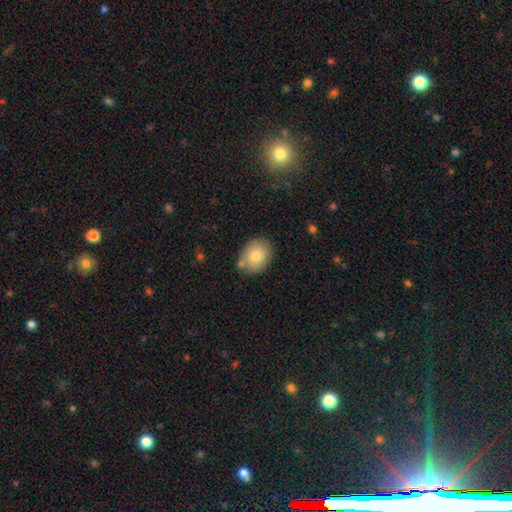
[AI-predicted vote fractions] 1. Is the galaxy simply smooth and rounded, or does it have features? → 78% smooth, 13% featured or disk, 8% star or artifact.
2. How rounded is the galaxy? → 60% in between, 39% round, 1% cigar-shaped.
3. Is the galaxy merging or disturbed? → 73% none, 16% minor disturbance, 7% merger, 3% major disturbance.